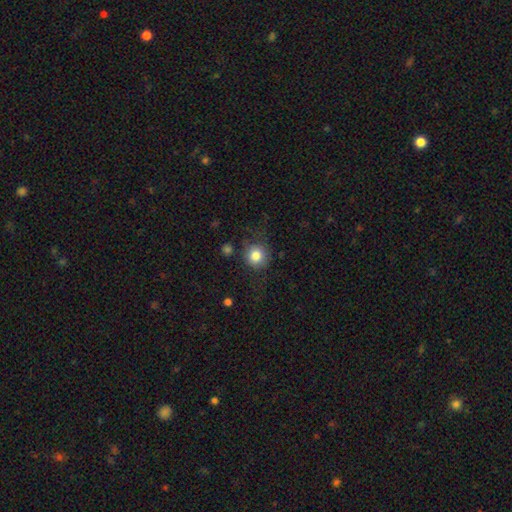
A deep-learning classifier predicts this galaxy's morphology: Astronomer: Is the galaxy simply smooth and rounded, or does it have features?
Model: smooth — 83%.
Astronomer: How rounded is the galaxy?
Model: round — 90%.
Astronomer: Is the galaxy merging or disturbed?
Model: none — 74%.